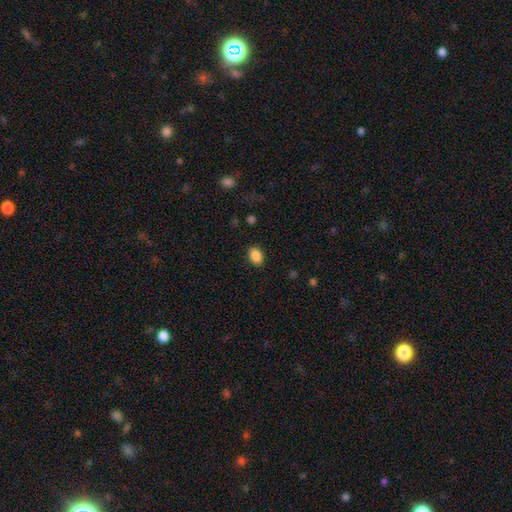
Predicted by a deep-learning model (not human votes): Q: Smooth or featured?
A: smooth (88%); runner-up: star or artifact (8%)
Q: How rounded?
A: in between (79%); runner-up: round (20%)
Q: Merging?
A: none (88%); runner-up: minor disturbance (8%)